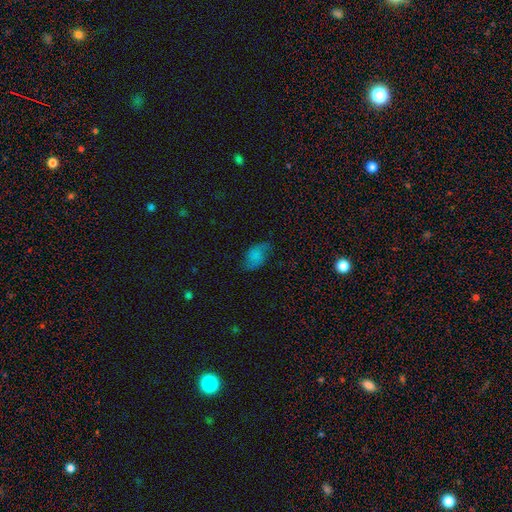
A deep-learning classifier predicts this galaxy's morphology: Smooth or featured? smooth (66%)
How rounded? in between (92%)
Merging? none (68%)